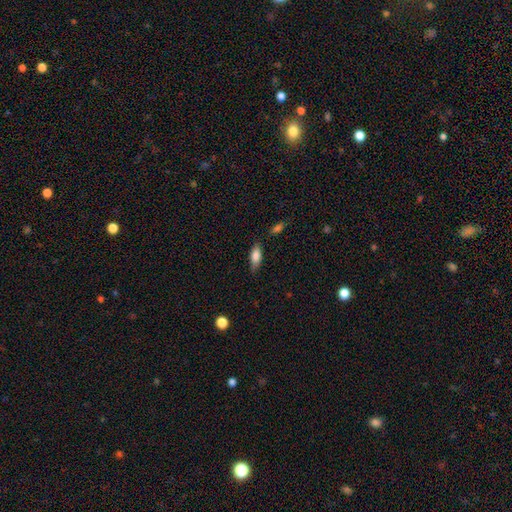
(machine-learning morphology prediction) Smooth or featured: smooth — 78% (featured or disk — 15%)
How rounded: in between — 74% (cigar-shaped — 23%)
Merging: none — 77% (minor disturbance — 17%)